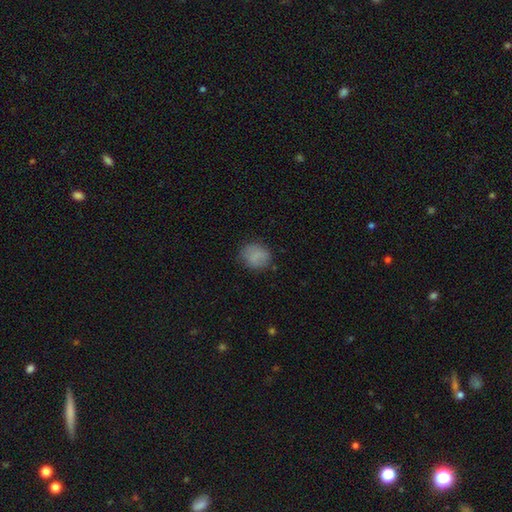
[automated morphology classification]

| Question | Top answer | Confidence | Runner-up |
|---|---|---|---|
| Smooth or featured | smooth | 82% | star or artifact (9%) |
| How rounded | round | 72% | in between (27%) |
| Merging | none | 75% | minor disturbance (18%) |